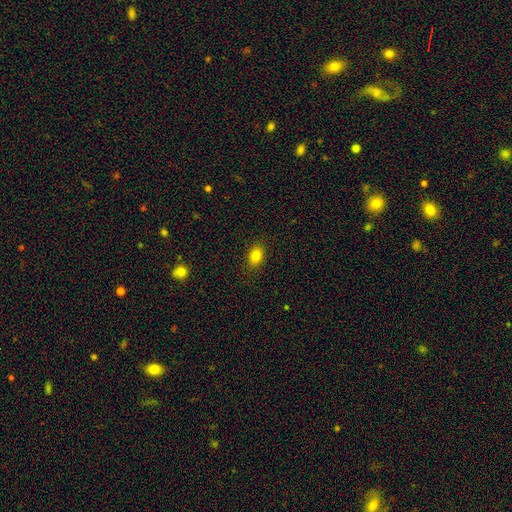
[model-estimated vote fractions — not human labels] This appears to be a smooth galaxy with no disk features (82%) that is in between round and cigar-shaped (78%). Merging: none (88%).